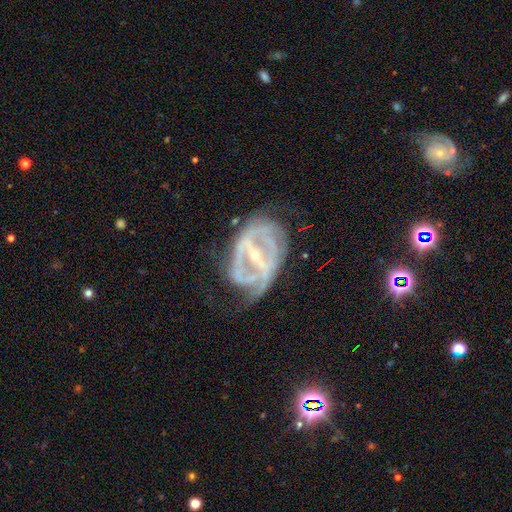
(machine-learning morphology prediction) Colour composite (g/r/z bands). It shows a featured or disk galaxy (88%) with a strong bar (71%), 2 (45%) tight (42%) spiral arms (81%) and a small central bulge (72%). Merging: none (44%).